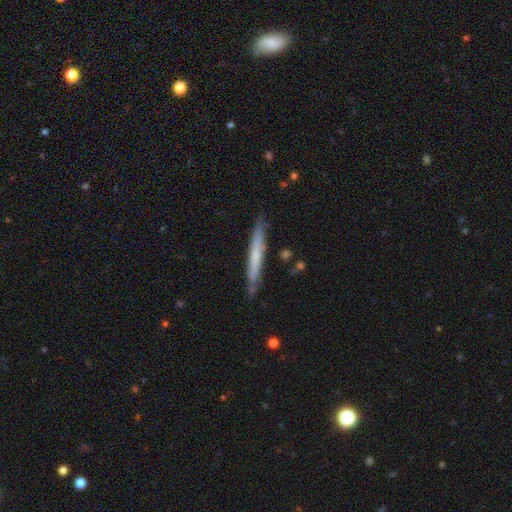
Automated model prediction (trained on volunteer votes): Smooth or featured? Predicted: smooth (p=0.58). How rounded? Predicted: cigar-shaped (p=0.96). Merging? Predicted: none (p=0.84).